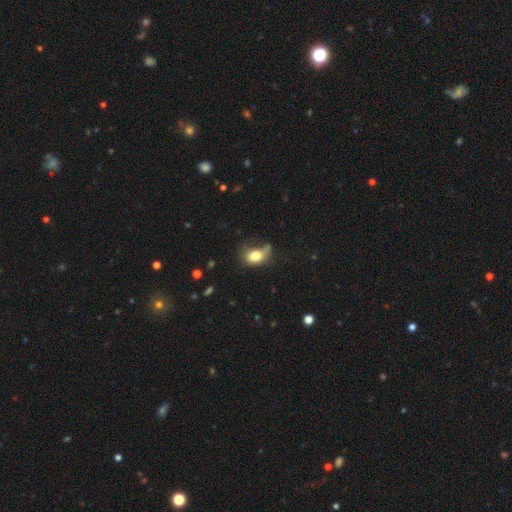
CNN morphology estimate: Smooth or featured: smooth — 74% (featured or disk — 16%)
How rounded: in between — 71% (round — 26%)
Merging: none — 34% (minor disturbance — 31%)